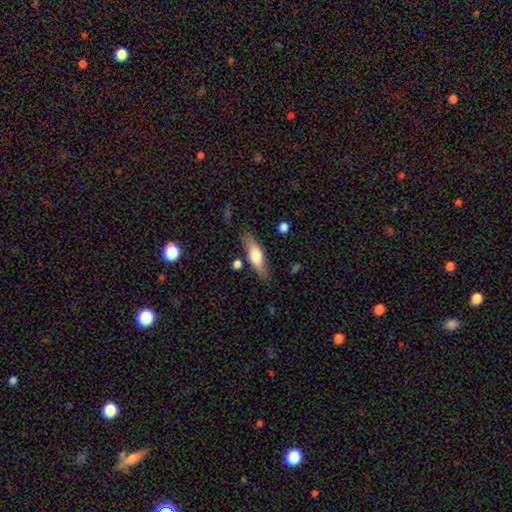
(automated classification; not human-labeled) Overall: smooth (62%; featured or disk 33%). How rounded: in between (49%, tied with cigar-shaped). Merging: none (81%).